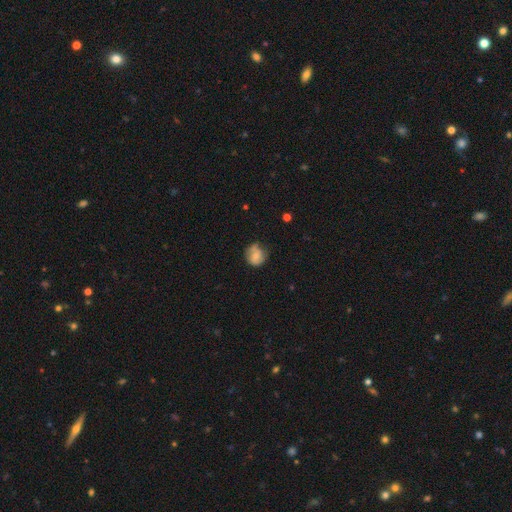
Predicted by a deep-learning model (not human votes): This is likely a smooth galaxy (67%). How rounded: likely round (78%). Merging: possibly none (58%).